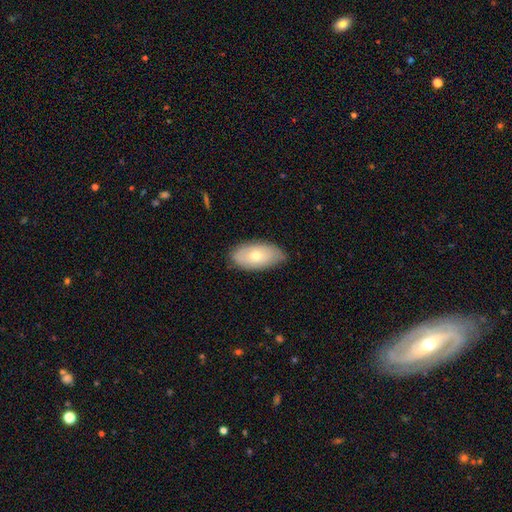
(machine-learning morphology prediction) Smooth or featured: smooth — 64% (featured or disk — 29%)
How rounded: in between — 93% (round — 4%)
Merging: none — 77% (minor disturbance — 19%)